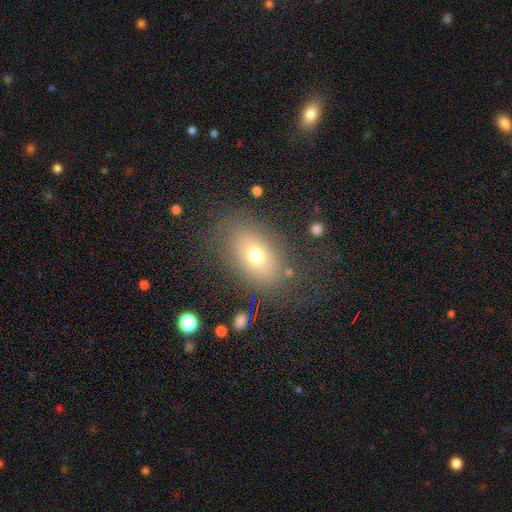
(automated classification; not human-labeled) smooth 68%, featured or disk 20%, star or artifact 12%. Down the decision tree: how rounded — in between (81%); merging — none (72%).